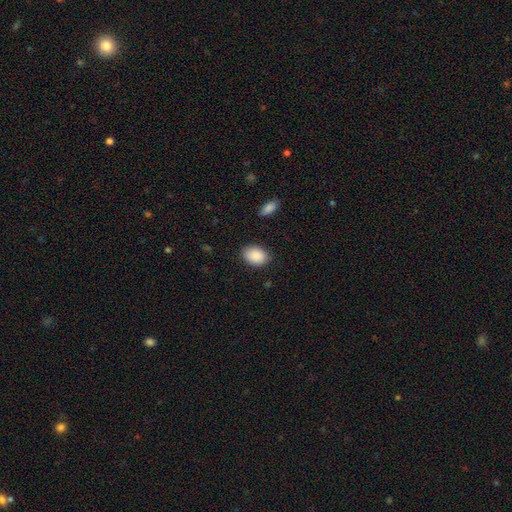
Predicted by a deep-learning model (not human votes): Q: Smooth or featured?
A: smooth (90%); runner-up: star or artifact (7%)
Q: How rounded?
A: in between (83%); runner-up: round (16%)
Q: Merging?
A: none (85%); runner-up: minor disturbance (11%)